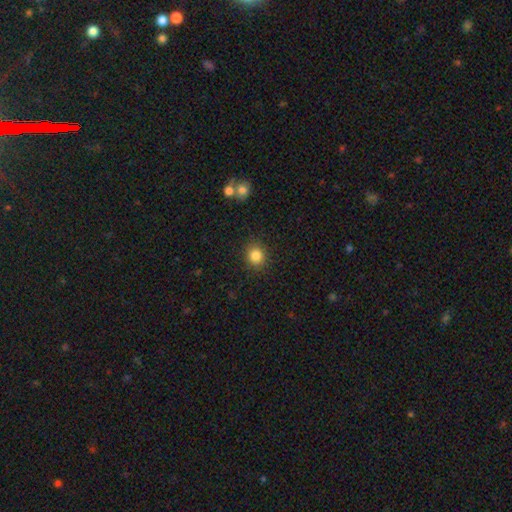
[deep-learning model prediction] Overall: smooth (85%). How rounded: round (86%). Merging: none (88%).